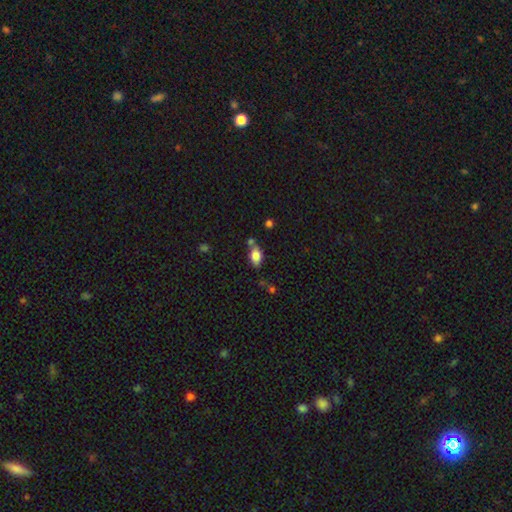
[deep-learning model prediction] Smooth or featured: smooth — 80% (featured or disk — 12%)
How rounded: in between — 88% (round — 8%)
Merging: none — 59% (merger — 18%)